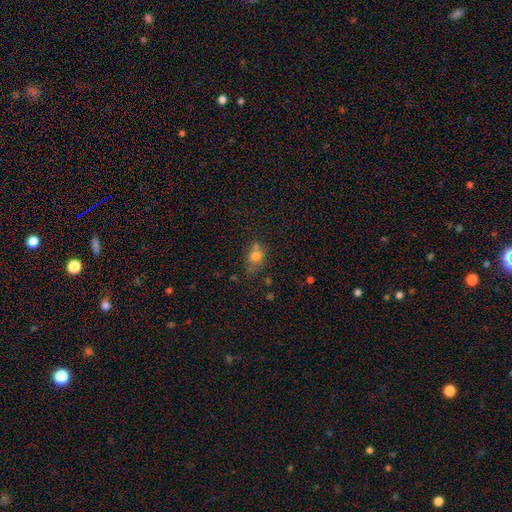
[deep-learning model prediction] smooth_or_featured: smooth (p=0.73) [alt: star or artifact p=0.14]
how_rounded: round (p=0.56) [alt: in between p=0.43]
merging: none (p=0.43) [alt: merger p=0.32]